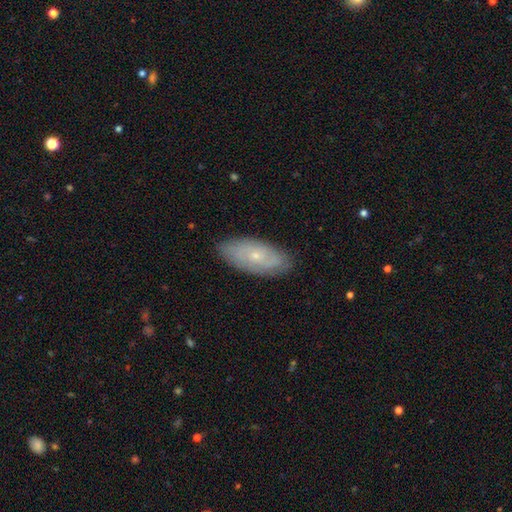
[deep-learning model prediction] This is possibly a featured or disk galaxy (56%). It is clearly not viewed edge-on (87%). Merging: clearly none (83%).